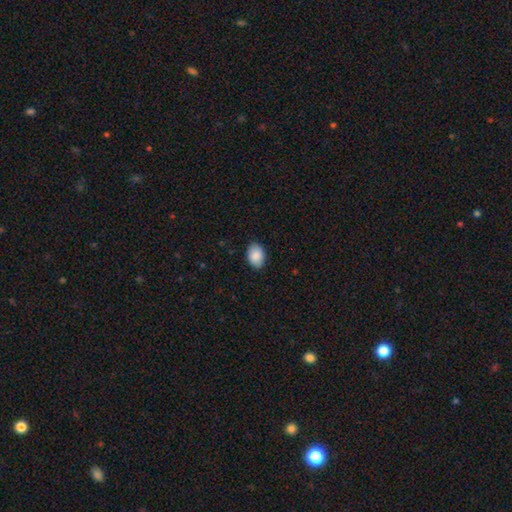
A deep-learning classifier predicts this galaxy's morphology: Q: Smooth or featured?
A: smooth (89%); runner-up: star or artifact (7%)
Q: How rounded?
A: in between (83%); runner-up: round (16%)
Q: Merging?
A: none (88%); runner-up: minor disturbance (9%)